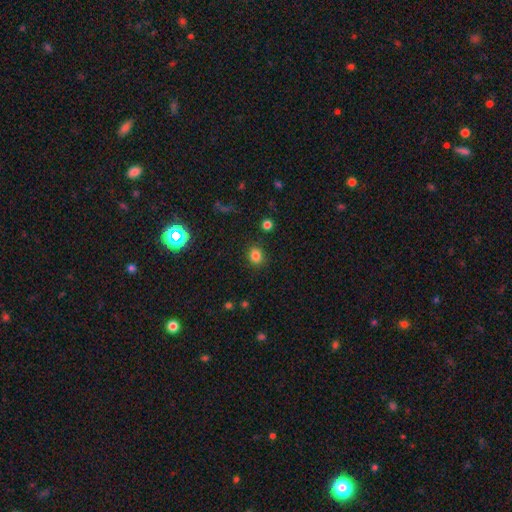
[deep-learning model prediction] smooth_or_featured: smooth (p=0.82) [alt: star or artifact p=0.13]
how_rounded: round (p=0.72) [alt: in between p=0.27]
merging: none (p=0.88) [alt: minor disturbance p=0.08]